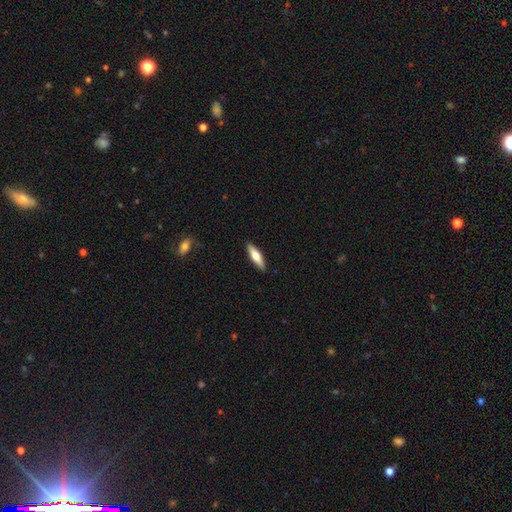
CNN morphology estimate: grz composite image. It shows a smooth galaxy with no disk features (58%) that is cigar-shaped (64%). Merging: none (90%).